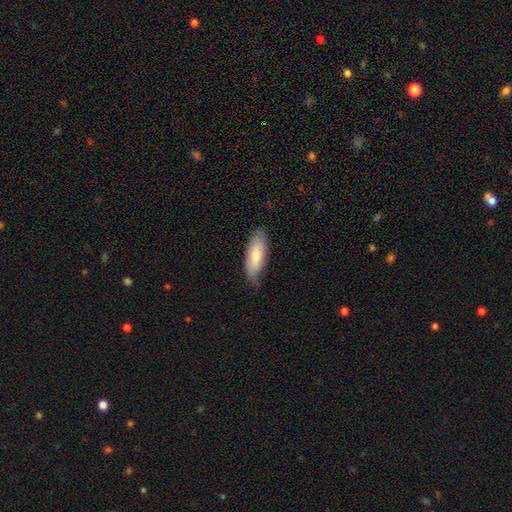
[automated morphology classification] The model was most divided on "merging": none: 68%, minor disturbance: 27%, major disturbance: 5%, merger: 1%. More confident: how rounded — in between (73%); smooth or featured — smooth (72%).